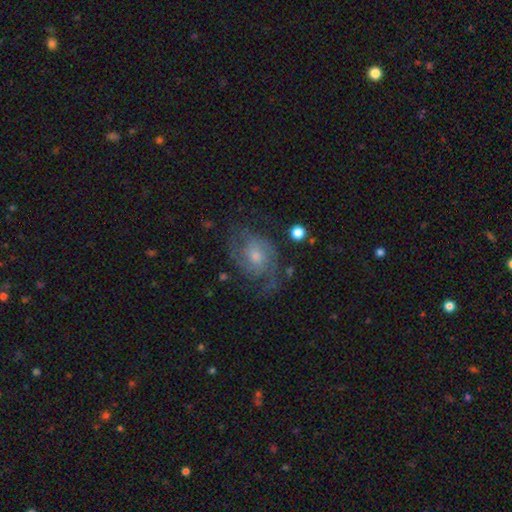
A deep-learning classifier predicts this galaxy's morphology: smooth-or-featured: featured or disk: 82% | smooth: 11% | star or artifact: 7%
  disk-edge-on: no: 97% | yes: 3%
    bar: no: 62% | weak: 33% | strong: 5%
    has-spiral-arms: yes: 95% | no: 5%
      spiral-winding: medium: 50% | tight: 34% | loose: 16%
      spiral-arm-count: 2: 68% | can't tell: 13% | 3: 10% | 1: 3% | 4: 3% | more than 4: 3%
    bulge-size: small: 47% | moderate: 45% | large: 4% | none: 4% | dominant: 1%
  merging: none: 69% | minor disturbance: 18% | major disturbance: 11% | merger: 2%